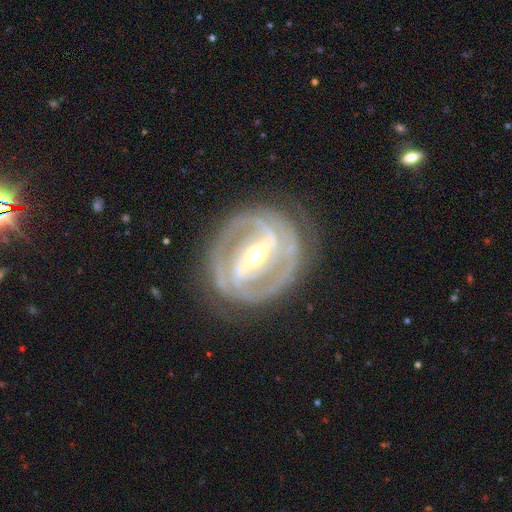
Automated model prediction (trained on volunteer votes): Morphology: type=featured or disk (90%); edge-on=no (94%); bar=strong (75%); spiral arms=yes (92%); winding=tight (70%); arm count=2 (55%); bulge=moderate (59%); merging=none (76%).